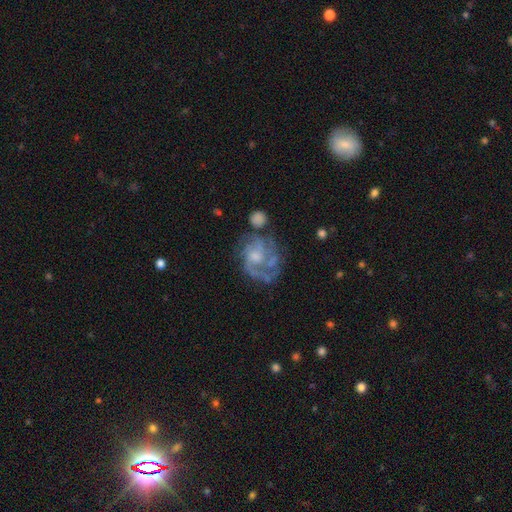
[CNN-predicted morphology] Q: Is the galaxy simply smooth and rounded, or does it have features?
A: featured or disk — 80%.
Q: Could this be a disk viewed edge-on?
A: no — 98%.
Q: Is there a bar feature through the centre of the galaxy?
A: no — 64%.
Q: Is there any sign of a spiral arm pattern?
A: yes — 87%.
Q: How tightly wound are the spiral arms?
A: medium — 45%.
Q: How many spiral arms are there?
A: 2 — 32%.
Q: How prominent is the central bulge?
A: moderate — 45%.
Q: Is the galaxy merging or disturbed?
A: none — 51%.